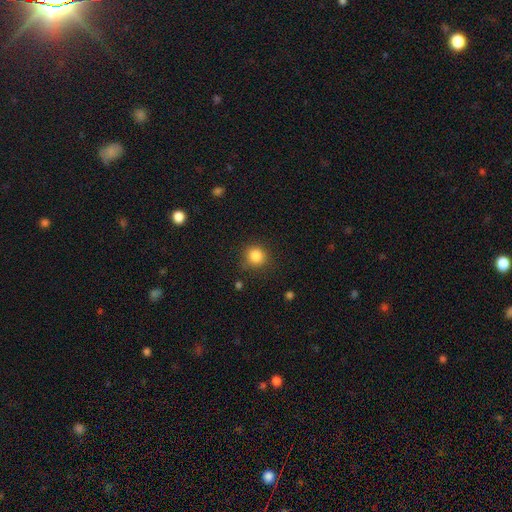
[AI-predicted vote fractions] Smooth or featured: smooth — 85% (star or artifact — 11%)
How rounded: round — 89% (in between — 10%)
Merging: none — 85% (minor disturbance — 10%)